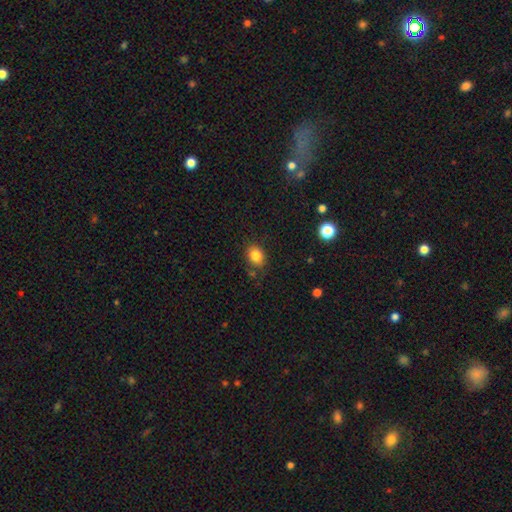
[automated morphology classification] Smooth or featured? smooth (83%)
How rounded? in between (58%)
Merging? none (80%)